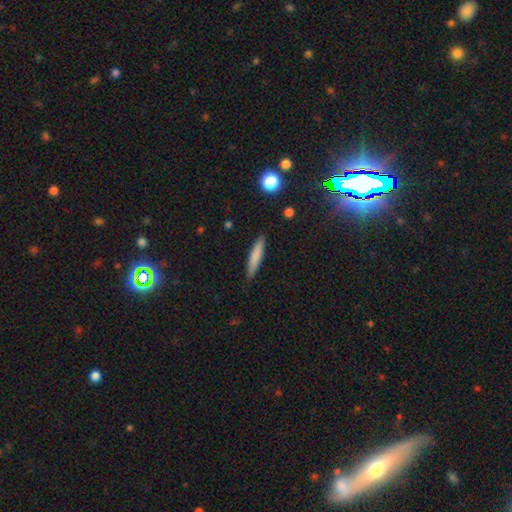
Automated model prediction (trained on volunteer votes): Smooth or featured: smooth — 78% (featured or disk — 16%)
How rounded: cigar-shaped — 91% (in between — 8%)
Merging: none — 89% (minor disturbance — 8%)